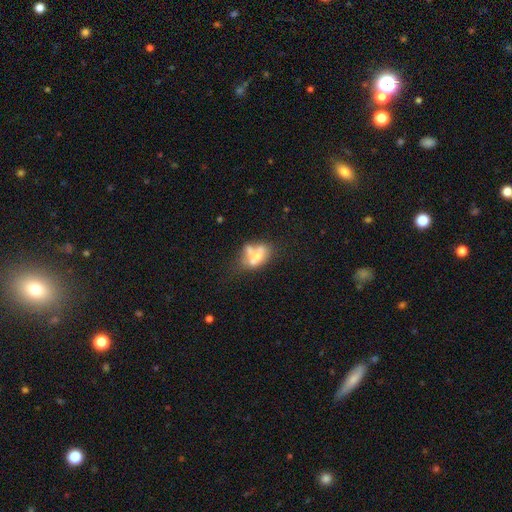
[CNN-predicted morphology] A smooth galaxy with no disk features (47%). Merging: merger (35%).